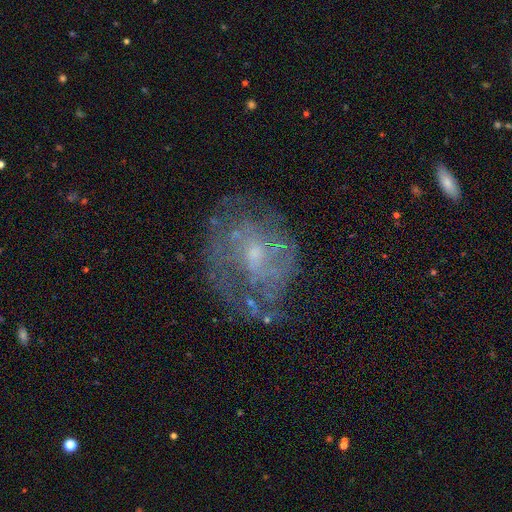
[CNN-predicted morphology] Overall: featured or disk (70%). Edge-on disk: no (97%). Bar: no (67%; weak 29%). Spiral arms: yes (58%; no 42%). Bulge size: small (59%; moderate 27%). Merging: none (56%; minor disturbance 21%).